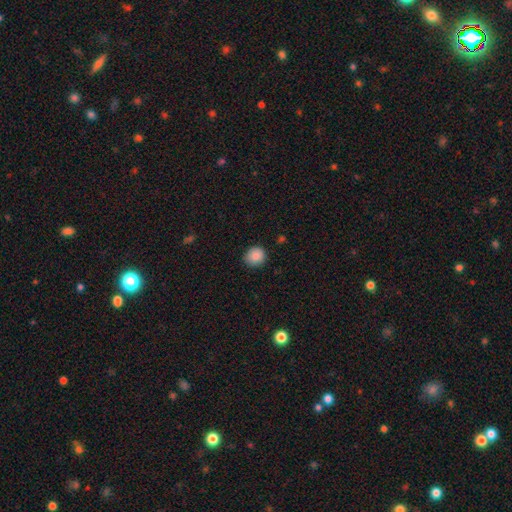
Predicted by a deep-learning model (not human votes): Smooth or featured? smooth (88%)
How rounded? round (81%)
Merging? none (86%)